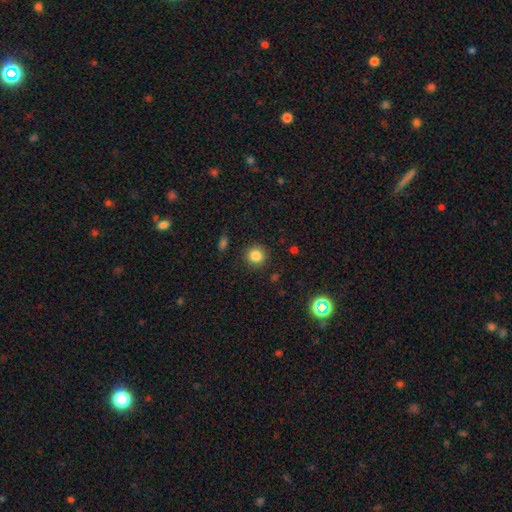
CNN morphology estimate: smooth 84%, star or artifact 12%, featured or disk 5%. Down the decision tree: how rounded — round (92%); merging — none (89%).